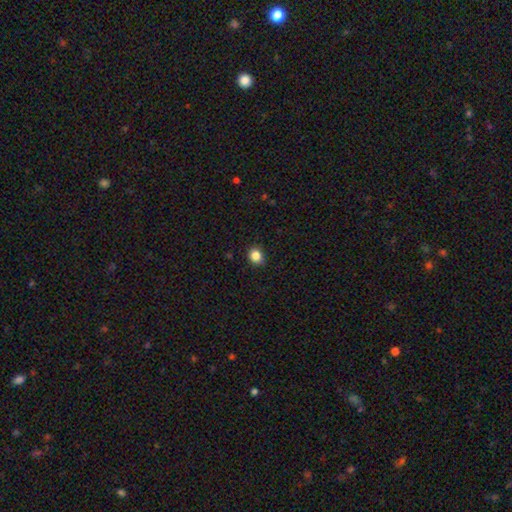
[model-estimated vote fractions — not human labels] Smooth or featured? Predicted: smooth (p=0.85). How rounded? Predicted: round (p=0.77). Merging? Predicted: none (p=0.89).